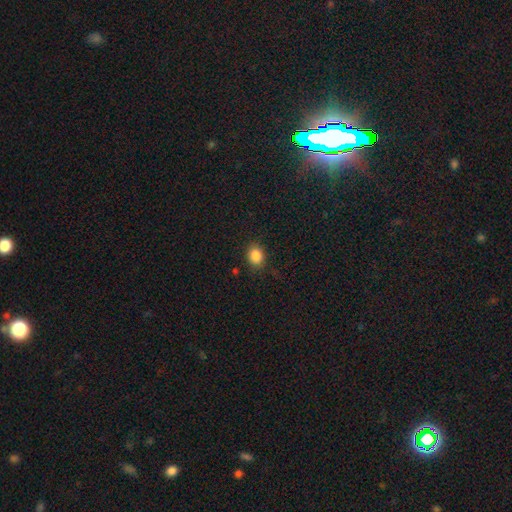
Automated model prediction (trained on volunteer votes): smooth-or-featured: smooth: 87% | star or artifact: 10% | featured or disk: 4%
  how-rounded: round: 50% | in between: 49% | cigar-shaped: 1%
  merging: none: 84% | minor disturbance: 11% | major disturbance: 3% | merger: 1%